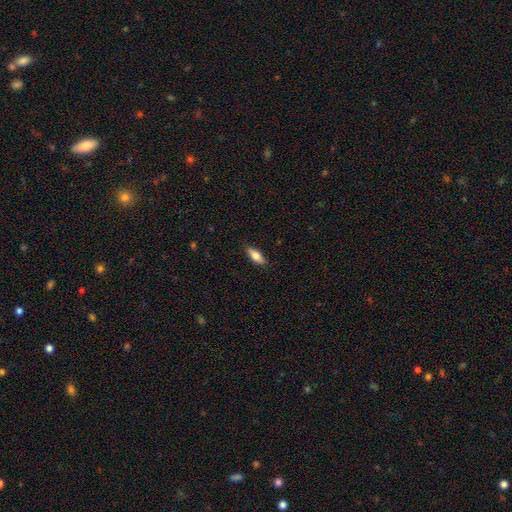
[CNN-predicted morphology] smooth-or-featured: smooth: 75% | featured or disk: 18% | star or artifact: 6%
  how-rounded: in between: 72% | cigar-shaped: 25% | round: 2%
  merging: none: 87% | minor disturbance: 10% | major disturbance: 2% | merger: 1%